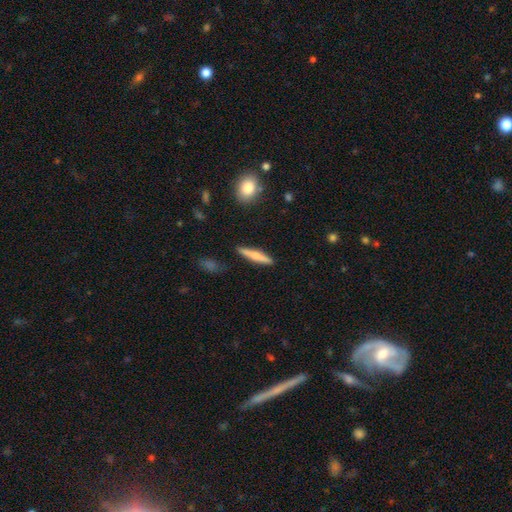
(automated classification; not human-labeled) smooth_or_featured: smooth (p=0.67) [alt: featured or disk p=0.27]
how_rounded: cigar-shaped (p=0.89) [alt: in between p=0.09]
merging: none (p=0.89) [alt: minor disturbance p=0.08]